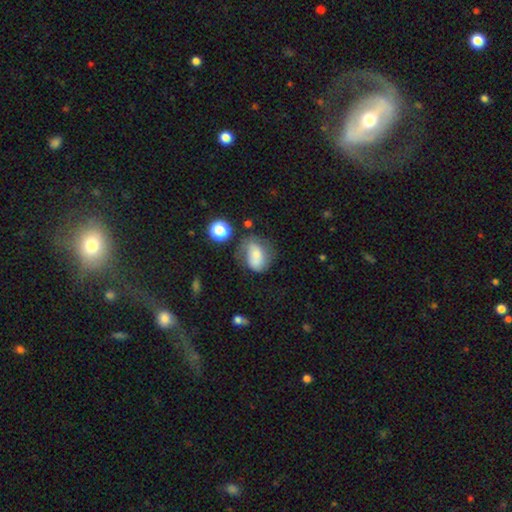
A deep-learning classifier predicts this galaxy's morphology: Smooth or featured? smooth (62%)
How rounded? in between (71%)
Merging? none (41%)